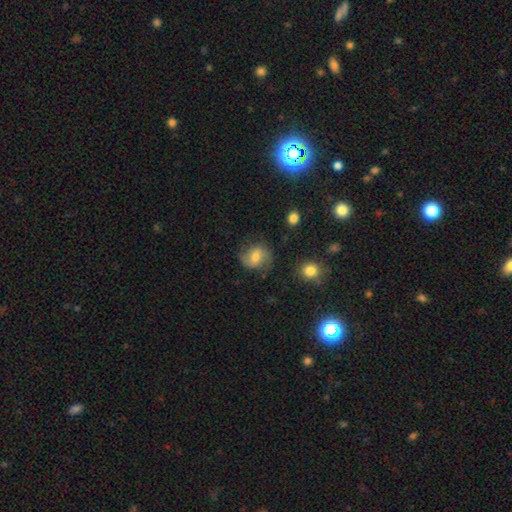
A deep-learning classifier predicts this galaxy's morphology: The model was most divided on "smooth or featured": smooth: 47%, featured or disk: 44%, star or artifact: 9%. More confident: merging — none (70%).